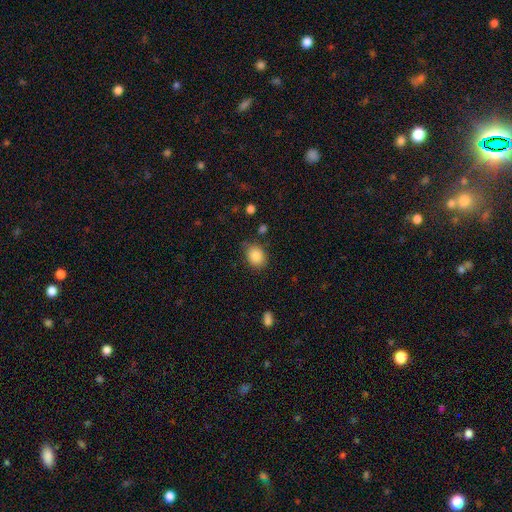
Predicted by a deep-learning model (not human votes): Overall: smooth (87%). How rounded: in between (58%; round 41%). Merging: none (78%).